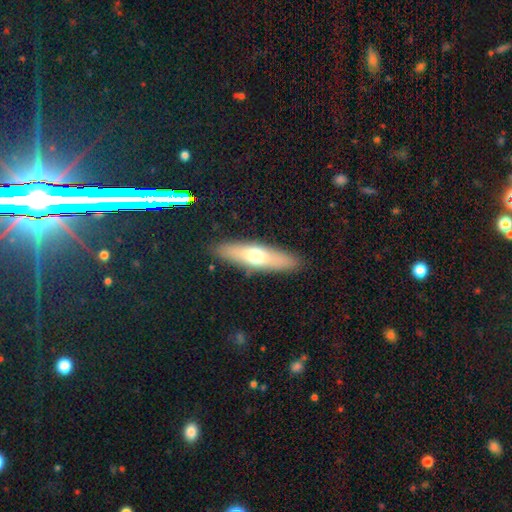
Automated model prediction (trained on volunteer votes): Overall: smooth (55%; featured or disk 38%). How rounded: cigar-shaped (69%). Merging: none (88%).